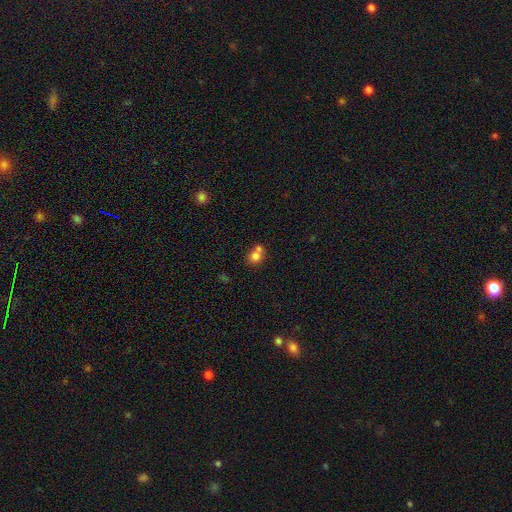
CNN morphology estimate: A smooth galaxy with no disk features (76%) that is round (76%). Merging: merger (51%).